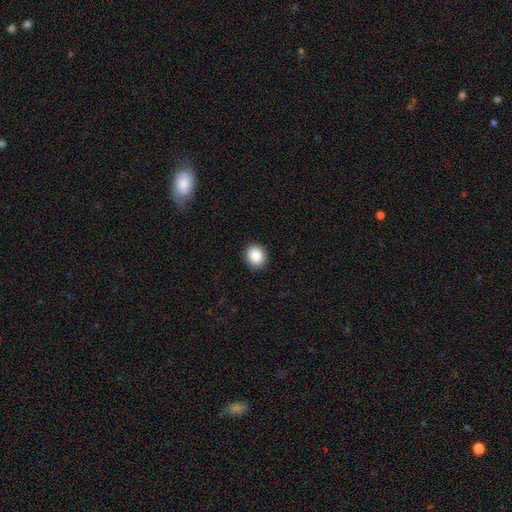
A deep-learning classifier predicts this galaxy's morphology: smooth-or-featured: smooth: 88% | star or artifact: 8% | featured or disk: 3%
  how-rounded: round: 69% | in between: 30% | cigar-shaped: 1%
  merging: none: 91% | minor disturbance: 6% | major disturbance: 2% | merger: 1%